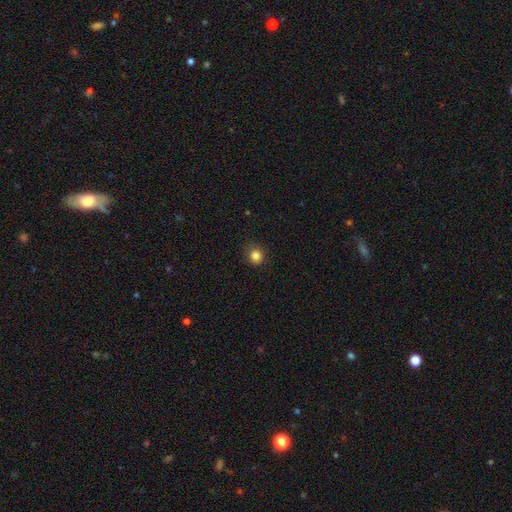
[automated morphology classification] Smooth or featured: smooth — 84% (star or artifact — 12%)
How rounded: round — 88% (in between — 11%)
Merging: none — 87% (minor disturbance — 10%)